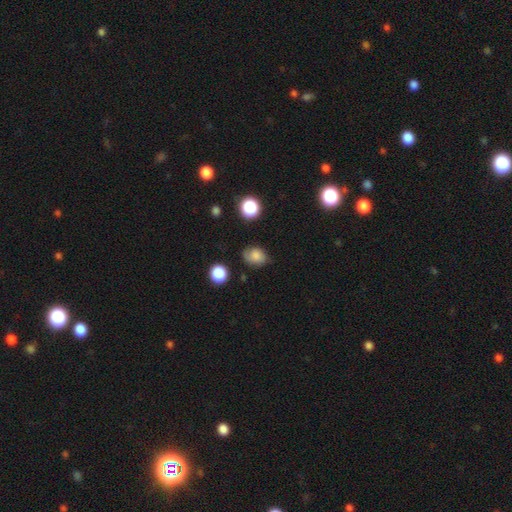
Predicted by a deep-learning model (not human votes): The model was most divided on "how rounded": in between: 60%, round: 39%, cigar-shaped: 1%. More confident: smooth or featured — smooth (74%); merging — none (62%).